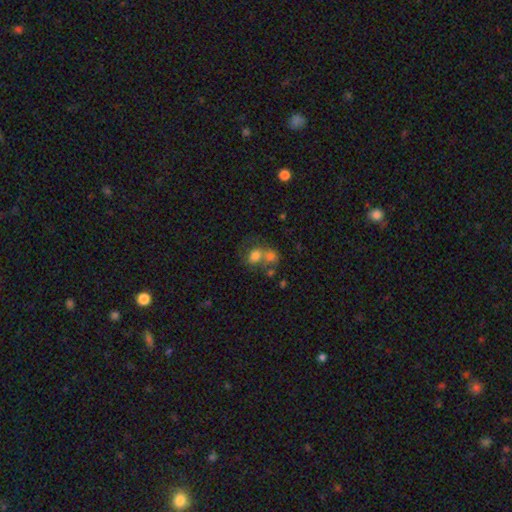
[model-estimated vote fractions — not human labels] A smooth galaxy with no disk features (70%) that is in between round and cigar-shaped (54%). Merging: merger (56%).